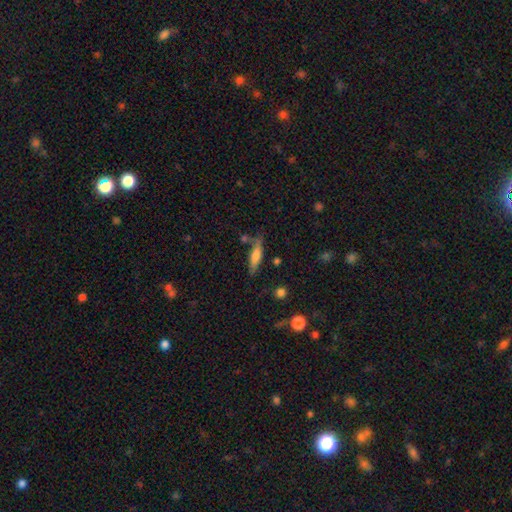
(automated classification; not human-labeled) Overall: smooth (60%; featured or disk 33%). How rounded: cigar-shaped (69%). Merging: none (67%).